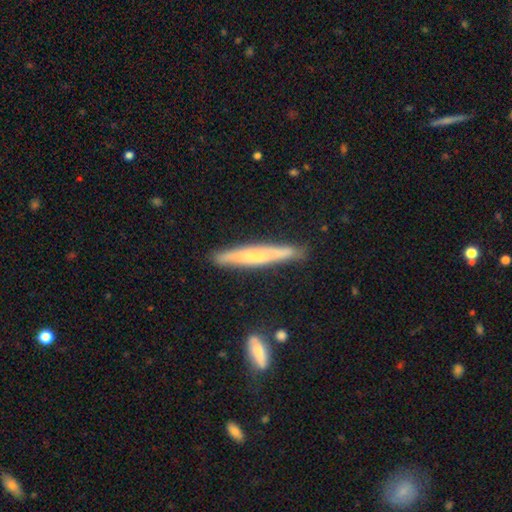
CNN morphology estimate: smooth-or-featured: smooth: 48% | featured or disk: 46% | star or artifact: 6%
  merging: none: 84% | minor disturbance: 12% | merger: 2% | major disturbance: 2%